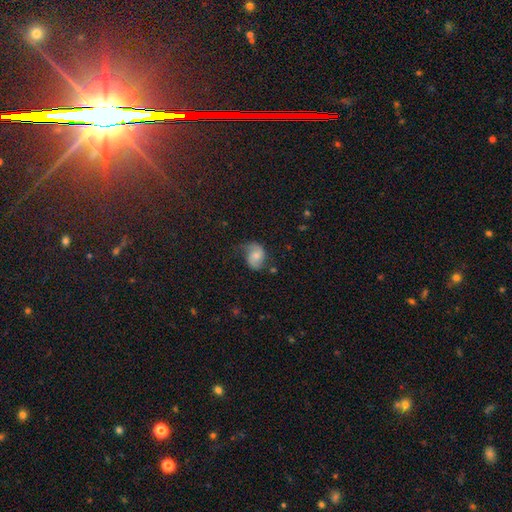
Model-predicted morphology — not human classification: Smooth or featured? featured or disk (56%)
Edge-on disk? no (97%)
Bar? no (63%)
Spiral arms? yes (90%)
Bulge size? moderate (40%)
Merging? none (48%)